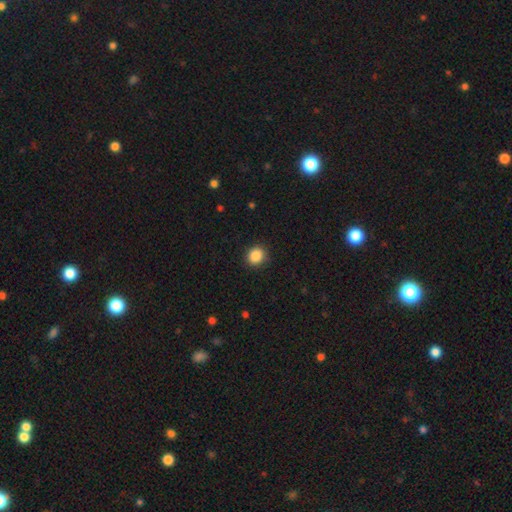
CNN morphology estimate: A smooth galaxy with no disk features (88%) that is round (81%). Merging: none (89%).